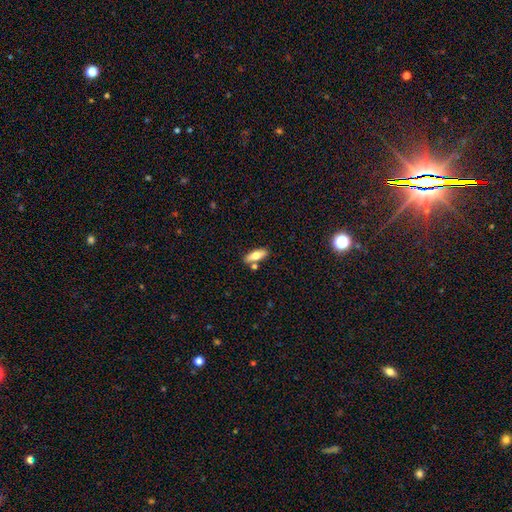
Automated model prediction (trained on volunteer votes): smooth_or_featured: smooth (p=0.71) [alt: featured or disk p=0.23]
how_rounded: in between (p=0.67) [alt: cigar-shaped p=0.30]
merging: none (p=0.77) [alt: minor disturbance p=0.11]